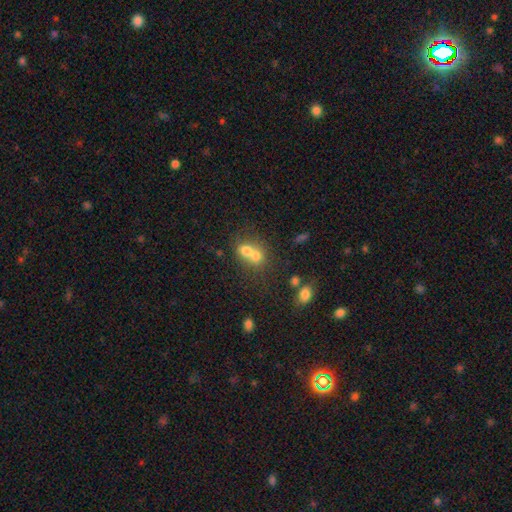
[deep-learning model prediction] Smooth or featured: smooth — 68% (featured or disk — 20%)
How rounded: round — 61% (in between — 38%)
Merging: merger — 70% (none — 22%)